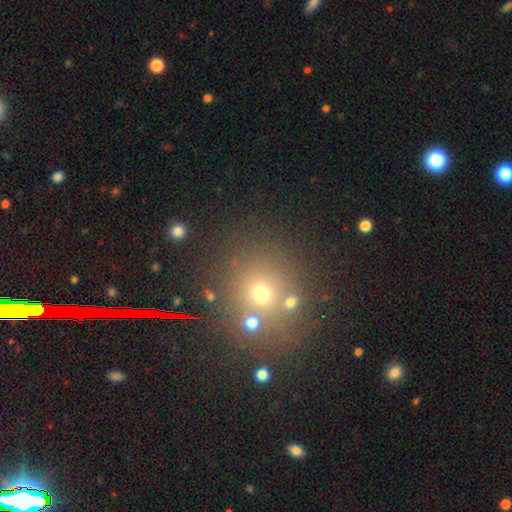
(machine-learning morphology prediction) smooth-or-featured: smooth: 53% | star or artifact: 36% | featured or disk: 12%
  how-rounded: round: 85% | in between: 14% | cigar-shaped: 1%
  merging: none: 74% | merger: 14% | minor disturbance: 9% | major disturbance: 4%